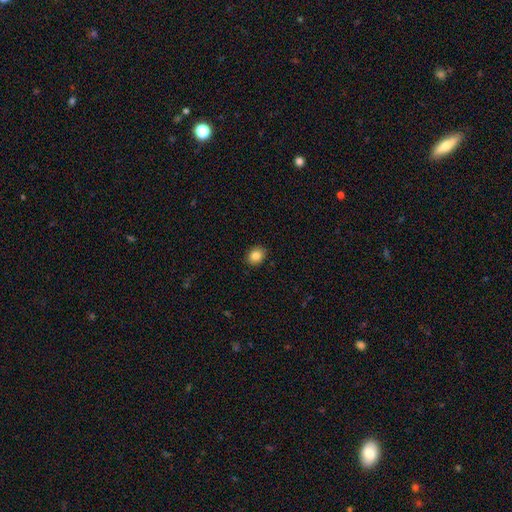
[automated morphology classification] Q: Smooth or featured?
A: smooth (85%); runner-up: star or artifact (9%)
Q: How rounded?
A: in between (51%); runner-up: round (49%)
Q: Merging?
A: none (89%); runner-up: minor disturbance (8%)